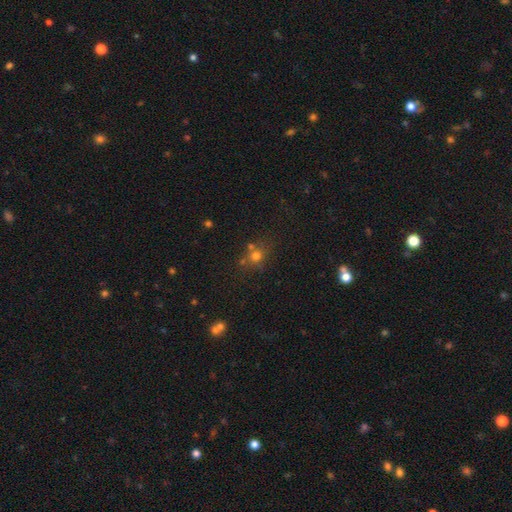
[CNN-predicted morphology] Q: Smooth or featured?
A: smooth (65%); runner-up: star or artifact (23%)
Q: How rounded?
A: round (77%); runner-up: in between (21%)
Q: Merging?
A: none (62%); runner-up: merger (19%)